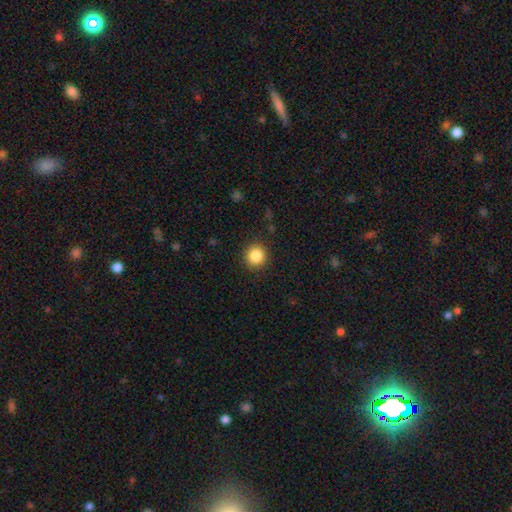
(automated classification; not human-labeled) This is clearly a smooth galaxy (86%). How rounded: clearly round (93%). Merging: clearly none (91%).